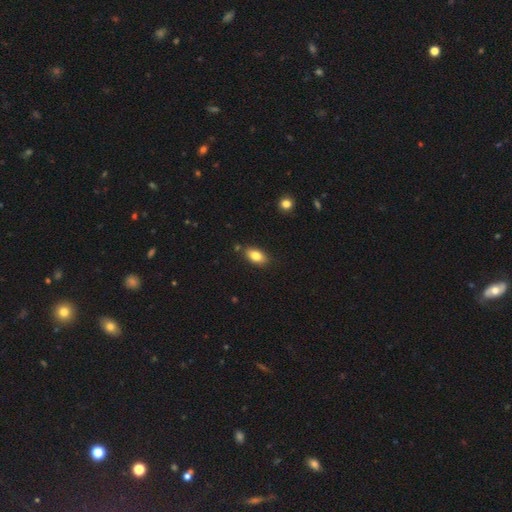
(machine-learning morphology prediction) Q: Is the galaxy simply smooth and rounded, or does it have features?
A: smooth — 82%.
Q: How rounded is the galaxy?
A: in between — 89%.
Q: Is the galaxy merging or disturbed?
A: none — 82%.